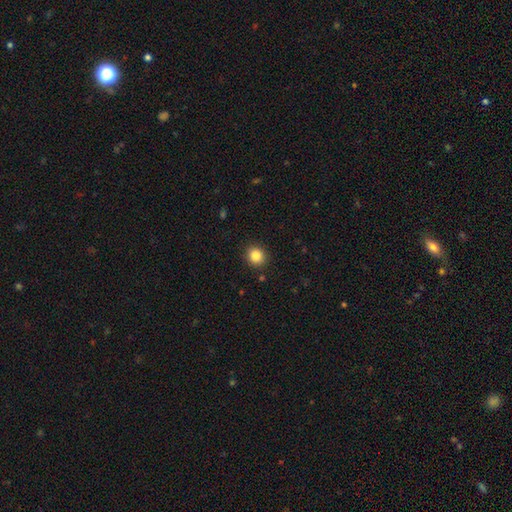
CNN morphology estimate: A smooth galaxy with no disk features (84%) that is round (89%). Merging: none (91%).